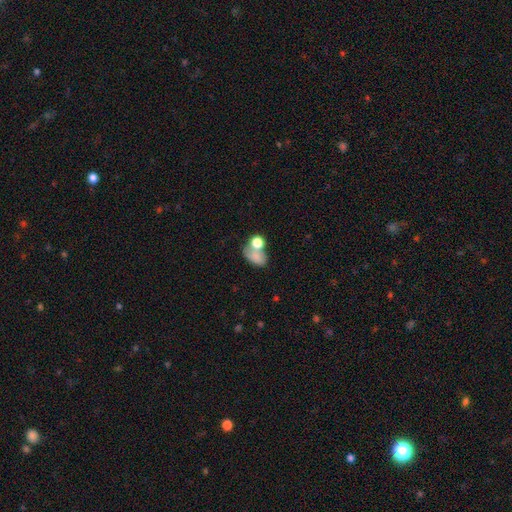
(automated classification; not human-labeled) Smooth or featured? Predicted: smooth (p=0.72). How rounded? Predicted: in between (p=0.71). Merging? Predicted: merger (p=0.42).